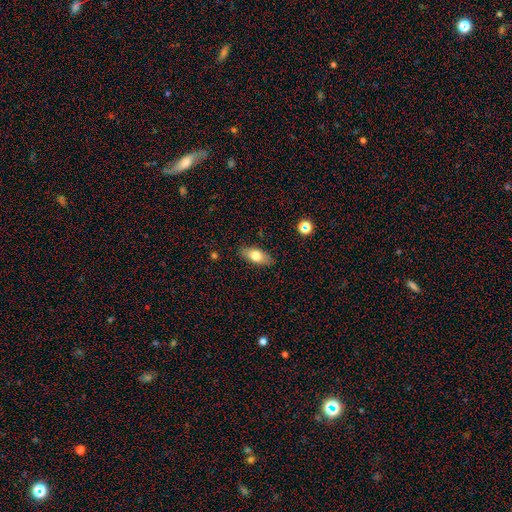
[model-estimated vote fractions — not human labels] Q: Smooth or featured?
A: smooth (74%); runner-up: featured or disk (18%)
Q: How rounded?
A: in between (86%); runner-up: cigar-shaped (10%)
Q: Merging?
A: none (86%); runner-up: minor disturbance (10%)